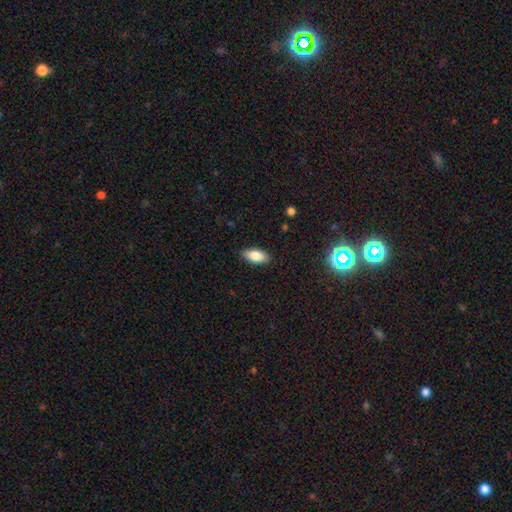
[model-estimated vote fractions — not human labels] A smooth galaxy with no disk features (84%) that is in between round and cigar-shaped (90%).

Vote fractions:
- Smooth or featured? smooth: 84% / featured or disk: 8% / star or artifact: 7%
- How rounded? in between: 90% / cigar-shaped: 8% / round: 3%
- Merging? none: 87% / minor disturbance: 10% / major disturbance: 2% / merger: 1%